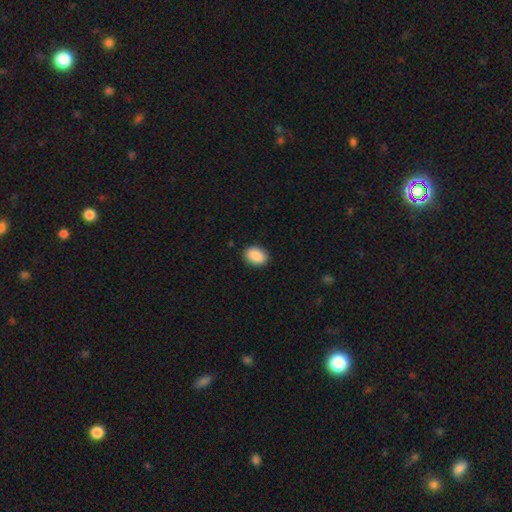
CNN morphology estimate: The model was most divided on "how rounded": in between: 82%, round: 17%, cigar-shaped: 1%. More confident: smooth or featured — smooth (90%); merging — none (89%).